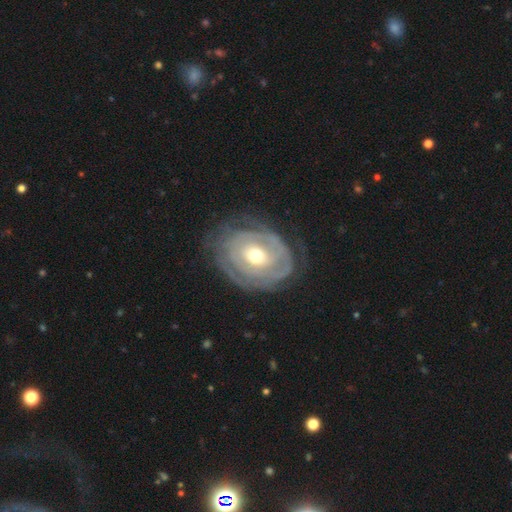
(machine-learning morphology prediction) Q: Smooth or featured?
A: featured or disk (79%); runner-up: smooth (16%)
Q: Edge-on disk?
A: no (96%); runner-up: yes (4%)
Q: Bar?
A: no (74%); runner-up: weak (20%)
Q: Spiral arms?
A: yes (80%); runner-up: no (20%)
Q: Spiral winding?
A: tight (76%); runner-up: medium (17%)
Q: Spiral arm count?
A: can't tell (50%); runner-up: 2 (21%)
Q: Bulge size?
A: moderate (66%); runner-up: small (26%)
Q: Merging?
A: none (66%); runner-up: minor disturbance (21%)